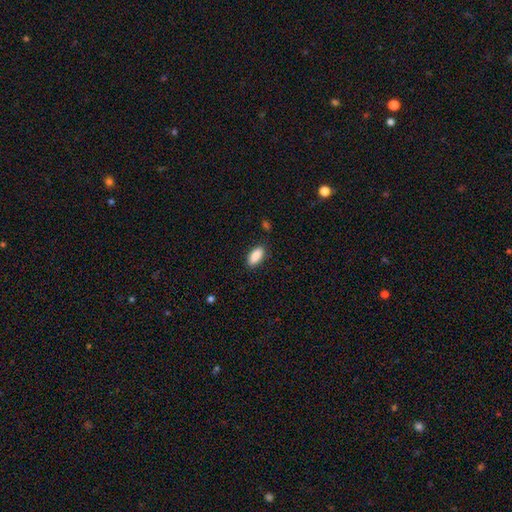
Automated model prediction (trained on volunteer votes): smooth 89%, star or artifact 7%, featured or disk 4%. Down the decision tree: how rounded — in between (89%); merging — none (86%).